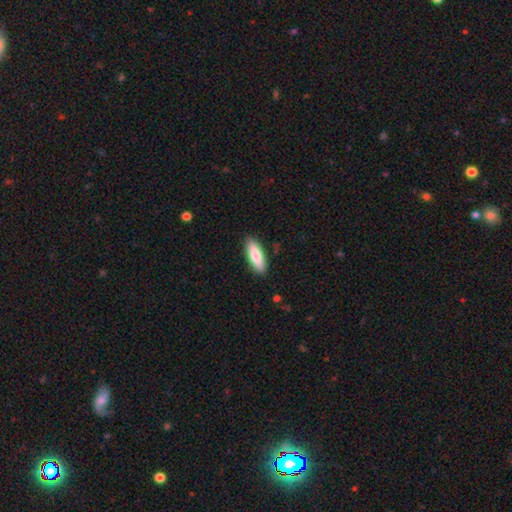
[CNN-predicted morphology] Smooth or featured? Predicted: smooth (p=0.81). How rounded? Predicted: in between (p=0.63). Merging? Predicted: none (p=0.88).